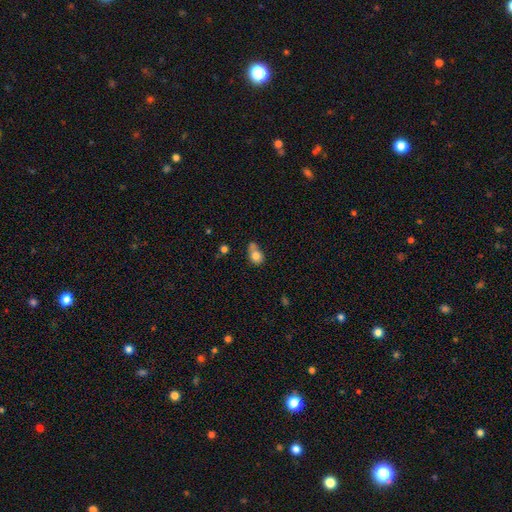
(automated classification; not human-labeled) The model was most divided on "merging": none: 36%, minor disturbance: 28%, merger: 23%, major disturbance: 14%. More confident: smooth or featured — smooth (79%); how rounded — in between (57%).